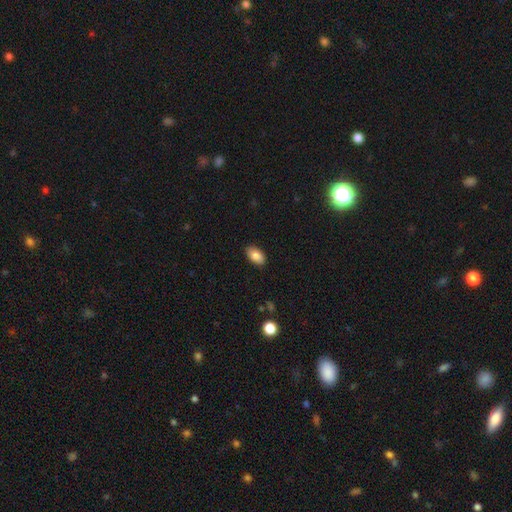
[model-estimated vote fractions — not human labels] smooth_or_featured: smooth (p=0.85) [alt: featured or disk p=0.08]
how_rounded: in between (p=0.93) [alt: round p=0.05]
merging: none (p=0.88) [alt: minor disturbance p=0.09]